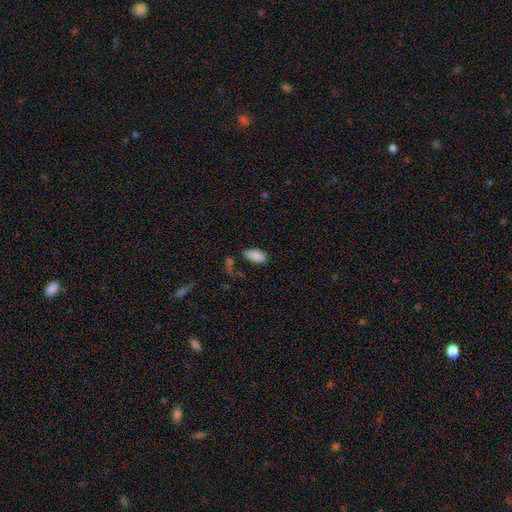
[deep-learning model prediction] Morphology: type=smooth (87%); roundness=in between (91%); merging=none (69%).